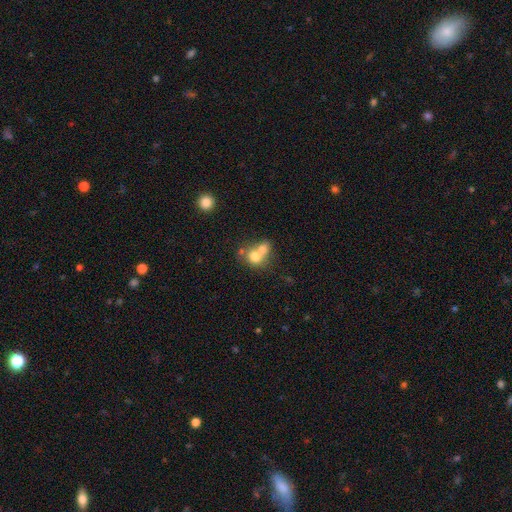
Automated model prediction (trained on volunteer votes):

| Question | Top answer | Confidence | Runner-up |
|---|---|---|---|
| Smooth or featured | smooth | 71% | featured or disk (18%) |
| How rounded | round | 67% | in between (32%) |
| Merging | merger | 67% | none (24%) |